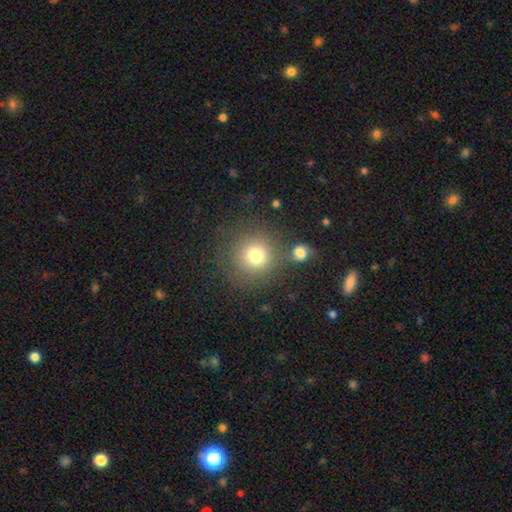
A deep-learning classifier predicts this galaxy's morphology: Q: Smooth or featured?
A: smooth (75%); runner-up: star or artifact (14%)
Q: How rounded?
A: round (92%); runner-up: in between (7%)
Q: Merging?
A: none (72%); runner-up: merger (14%)